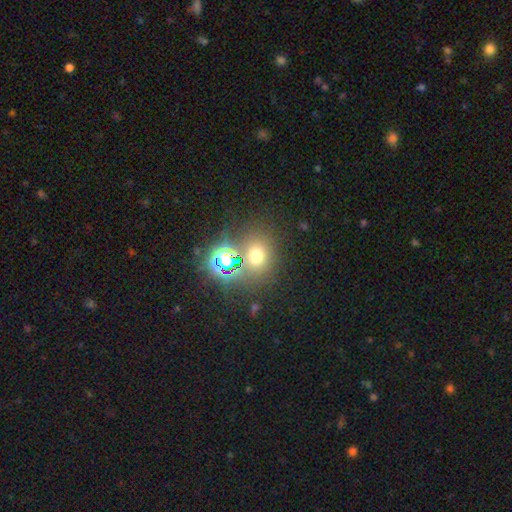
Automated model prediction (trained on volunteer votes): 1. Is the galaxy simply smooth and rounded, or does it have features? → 56% smooth, 34% star or artifact, 9% featured or disk.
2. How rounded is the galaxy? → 71% round, 28% in between, 1% cigar-shaped.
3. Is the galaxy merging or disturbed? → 73% none, 12% merger, 10% minor disturbance, 5% major disturbance.